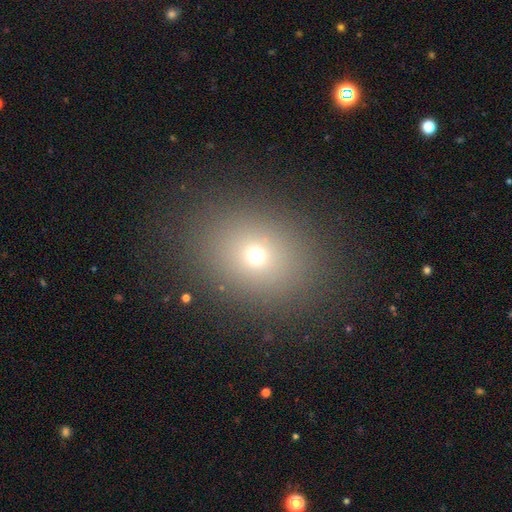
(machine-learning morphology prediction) Smooth or featured?
  - smooth: 67% *
  - star or artifact: 21%
  - featured or disk: 12%
How rounded?
  - round: 50% *
  - in between: 49%
  - cigar-shaped: 1%
Merging?
  - none: 85% *
  - minor disturbance: 9%
  - major disturbance: 5%
  - merger: 2%